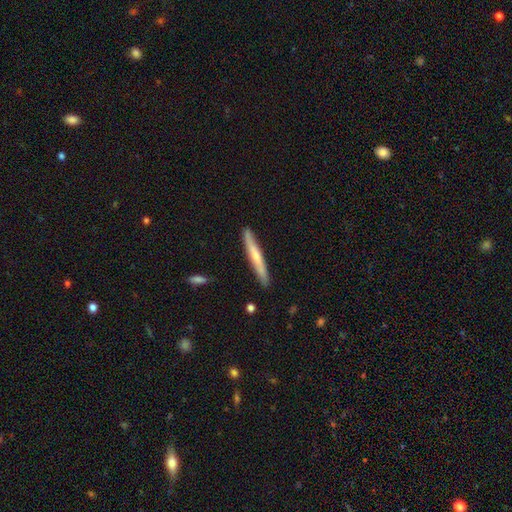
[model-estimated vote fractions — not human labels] Overall: smooth (48%; featured or disk 47%). Merging: none (86%).